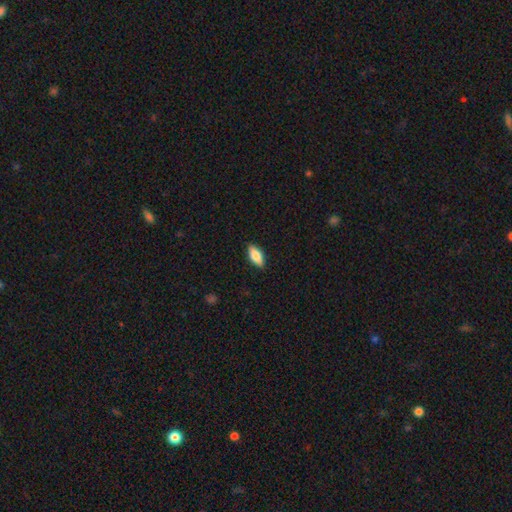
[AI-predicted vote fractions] Smooth or featured? Predicted: smooth (p=0.75). How rounded? Predicted: in between (p=0.83). Merging? Predicted: none (p=0.87).